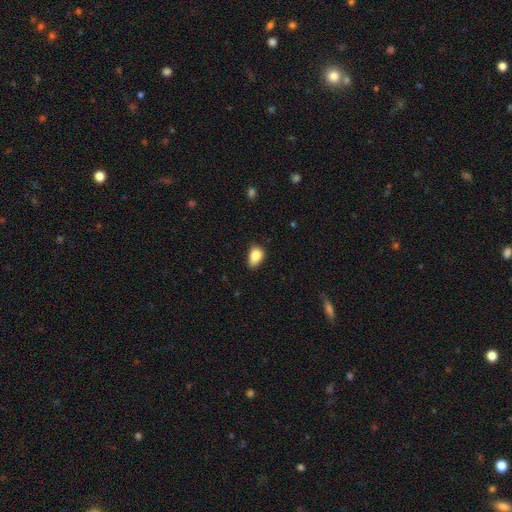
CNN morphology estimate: Smooth or featured? smooth (83%)
How rounded? in between (76%)
Merging? none (56%)